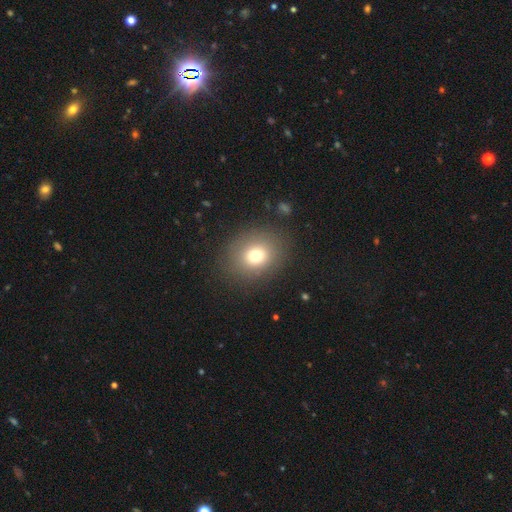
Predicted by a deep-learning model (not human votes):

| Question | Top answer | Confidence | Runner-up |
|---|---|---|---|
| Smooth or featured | smooth | 73% | star or artifact (14%) |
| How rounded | round | 63% | in between (36%) |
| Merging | none | 85% | minor disturbance (9%) |